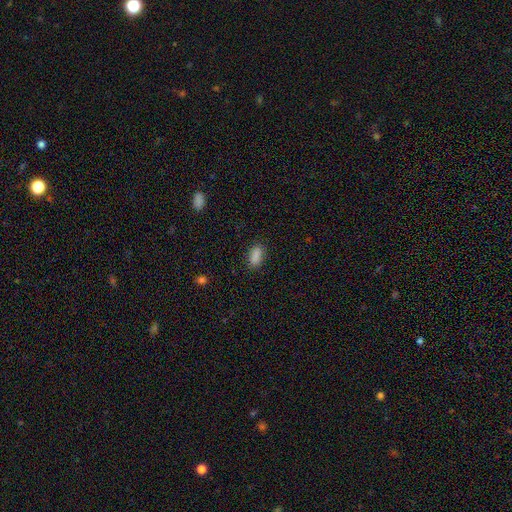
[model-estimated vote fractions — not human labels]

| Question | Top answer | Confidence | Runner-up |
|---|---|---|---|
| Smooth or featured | smooth | 88% | star or artifact (9%) |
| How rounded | in between | 88% | cigar-shaped (9%) |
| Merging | none | 86% | minor disturbance (10%) |